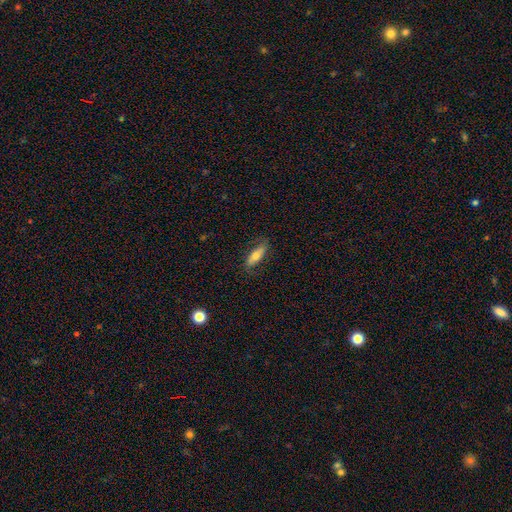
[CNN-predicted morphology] type=smooth (67%); roundness=in between (61%); merging=none (77%).